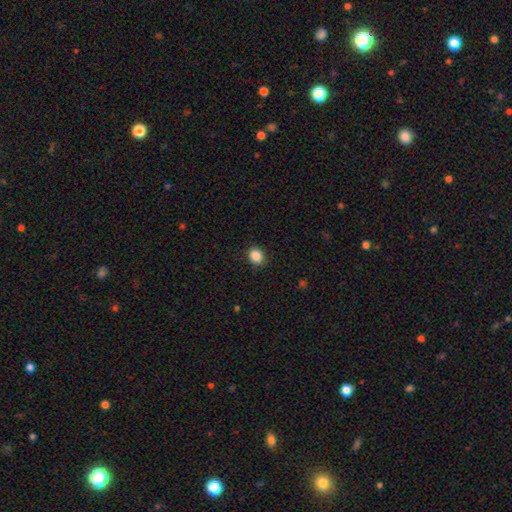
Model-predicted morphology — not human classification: This appears to be a smooth galaxy with no disk features (87%) that is round (62%). Merging: none (87%).